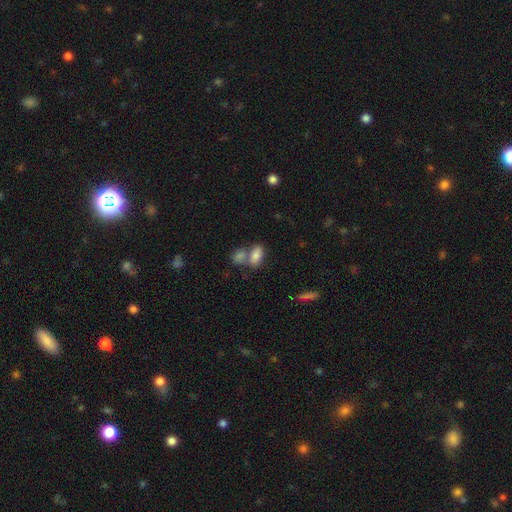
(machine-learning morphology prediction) The model was most divided on "merging": merger: 49%, none: 37%, minor disturbance: 10%, major disturbance: 4%. More confident: how rounded — in between (89%); smooth or featured — smooth (80%).